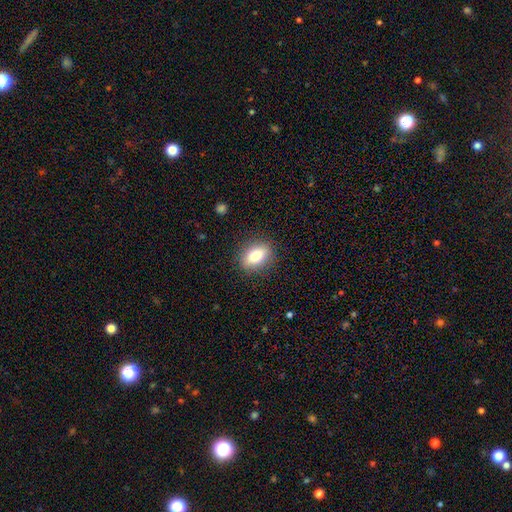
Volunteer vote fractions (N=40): smooth 88%, featured or disk 8%, star or artifact 5%. Down the decision tree: how rounded — in between (97%); merging — none (92%).